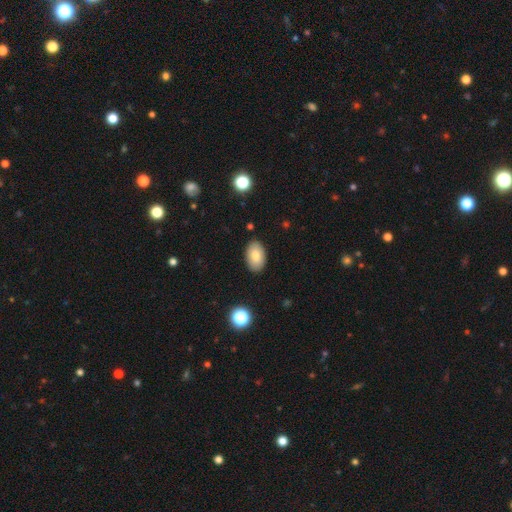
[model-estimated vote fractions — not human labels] smooth-or-featured: smooth: 81% | featured or disk: 11% | star or artifact: 8%
  how-rounded: in between: 92% | round: 7% | cigar-shaped: 1%
  merging: none: 88% | minor disturbance: 9% | major disturbance: 2% | merger: 1%